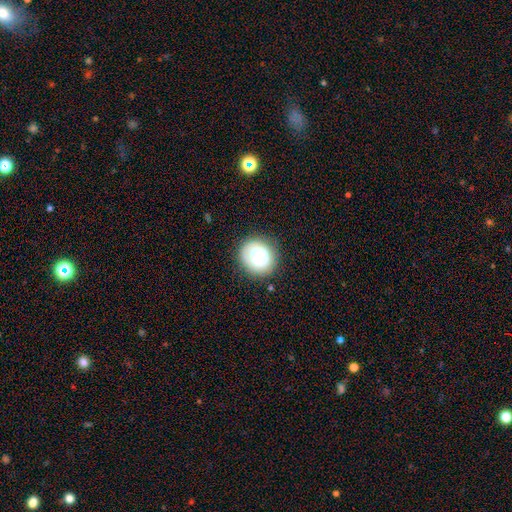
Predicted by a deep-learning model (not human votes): Morphology: type=smooth (73%); roundness=round (81%); merging=none (77%).